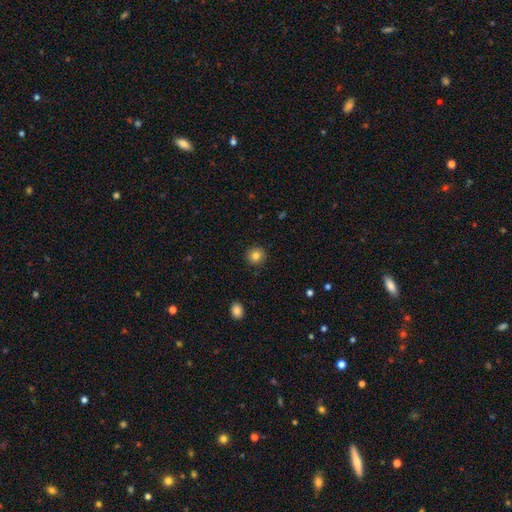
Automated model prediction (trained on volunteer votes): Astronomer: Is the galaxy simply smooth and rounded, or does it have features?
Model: smooth — 82%.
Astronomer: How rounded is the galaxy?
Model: round — 92%.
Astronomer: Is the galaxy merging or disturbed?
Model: none — 91%.